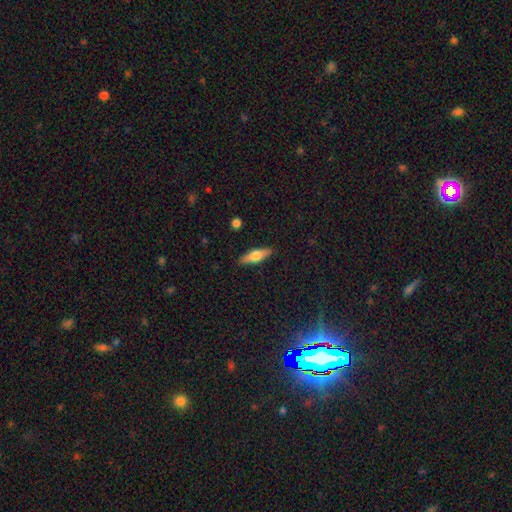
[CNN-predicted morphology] Overall: smooth (57%; featured or disk 37%). How rounded: cigar-shaped (51%; in between 46%). Merging: none (88%).